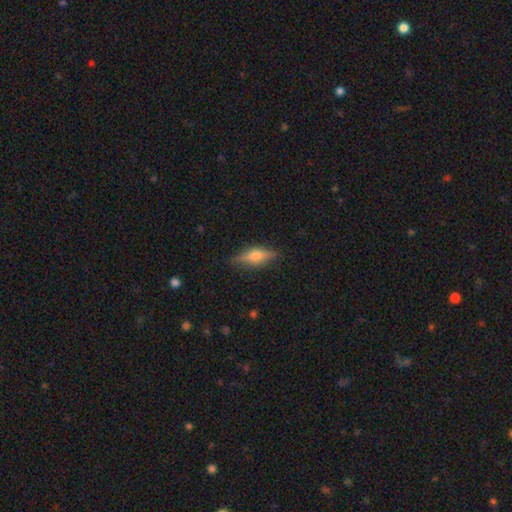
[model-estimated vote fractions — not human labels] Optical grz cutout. It shows a featured or disk galaxy (51%) viewed edge-on (93%). Merging: none (84%).